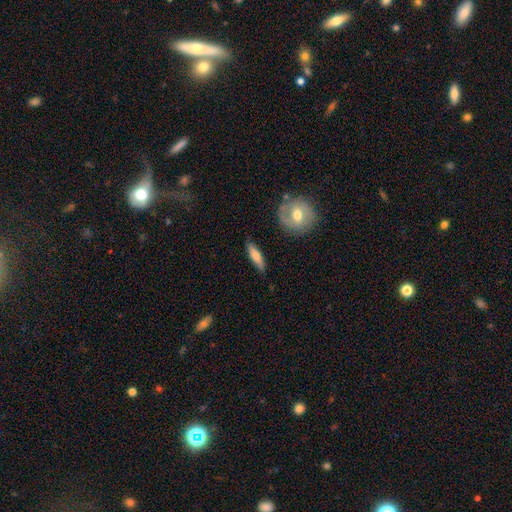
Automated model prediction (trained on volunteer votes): A smooth galaxy with no disk features (67%) that is cigar-shaped (67%). Merging: none (86%).